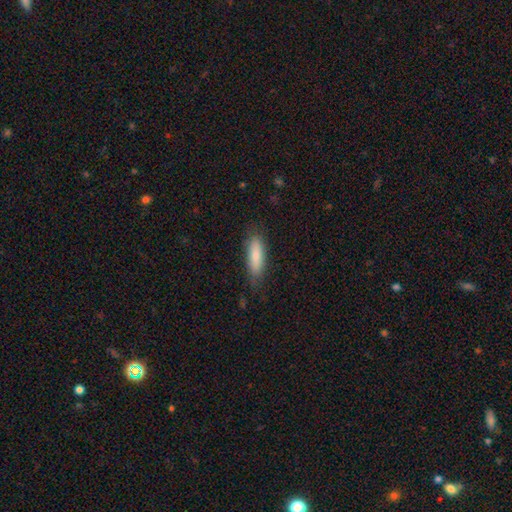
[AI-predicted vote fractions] smooth 83%, featured or disk 11%, star or artifact 6%. Down the decision tree: how rounded — cigar-shaped (55%); merging — none (80%).